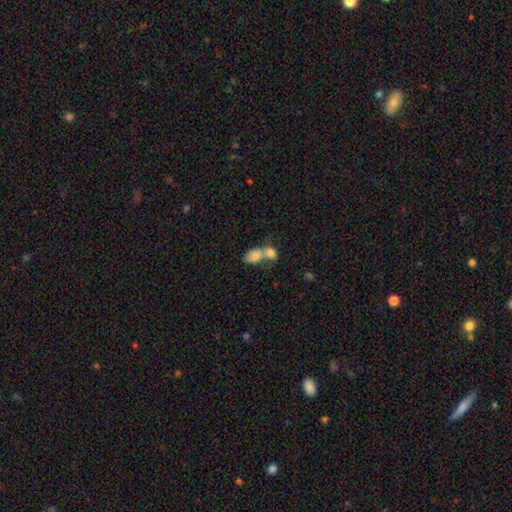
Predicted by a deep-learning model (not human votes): A smooth galaxy with no disk features (79%) that is in between round and cigar-shaped (82%).

Vote fractions:
- Smooth or featured? smooth: 79% / featured or disk: 12% / star or artifact: 9%
- How rounded? in between: 82% / round: 16% / cigar-shaped: 2%
- Merging? merger: 67% / none: 21% / minor disturbance: 8% / major disturbance: 5%